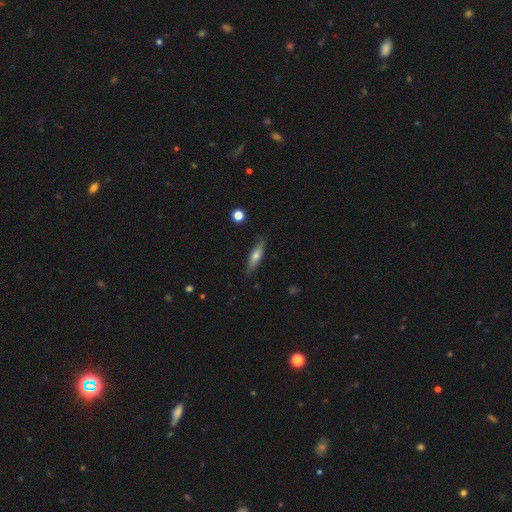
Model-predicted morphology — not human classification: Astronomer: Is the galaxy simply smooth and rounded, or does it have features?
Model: smooth — 61%.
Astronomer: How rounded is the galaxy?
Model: cigar-shaped — 74%.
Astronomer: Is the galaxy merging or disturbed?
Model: none — 85%.